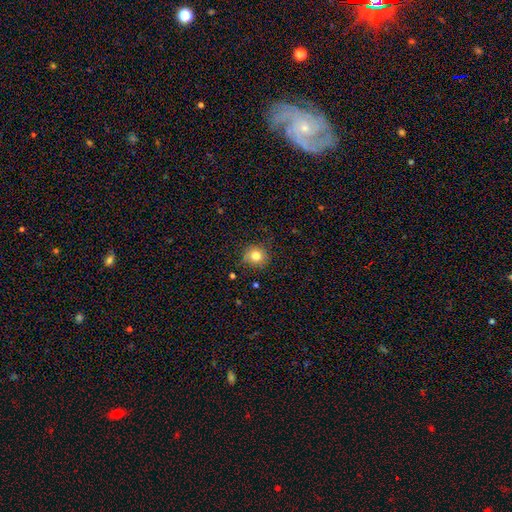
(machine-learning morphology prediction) smooth_or_featured: smooth (p=0.80) [alt: star or artifact p=0.12]
how_rounded: round (p=0.89) [alt: in between p=0.10]
merging: none (p=0.83) [alt: minor disturbance p=0.13]